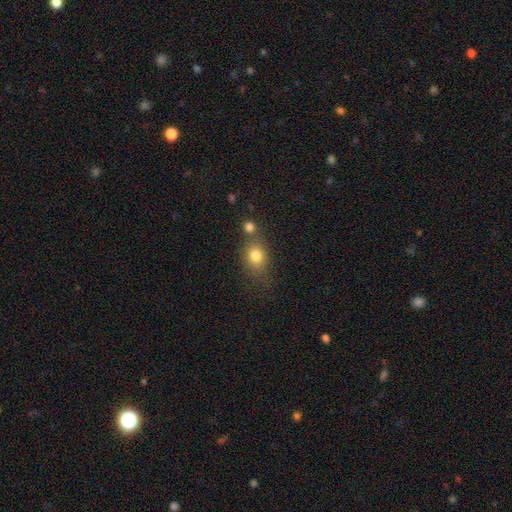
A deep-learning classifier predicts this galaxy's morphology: smooth-or-featured: smooth: 78% | star or artifact: 12% | featured or disk: 10%
  how-rounded: in between: 49% (tied) | round: 49% (tied) | cigar-shaped: 2%
  merging: none: 54% | merger: 26% | minor disturbance: 14% | major disturbance: 6%